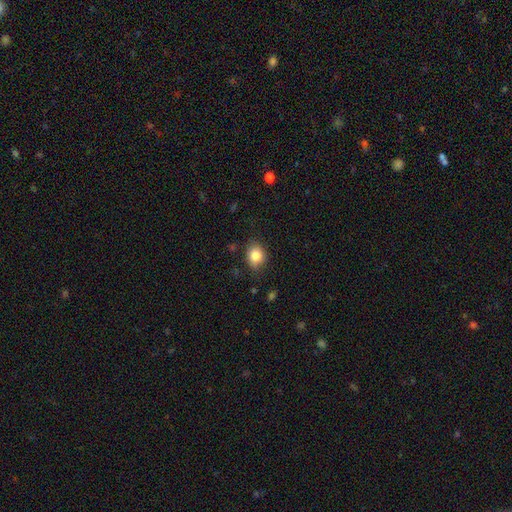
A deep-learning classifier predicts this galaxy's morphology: Smooth or featured? smooth (84%)
How rounded? round (50%)
Merging? none (80%)